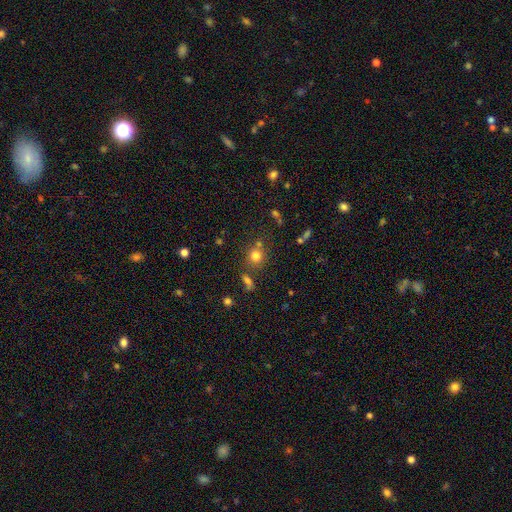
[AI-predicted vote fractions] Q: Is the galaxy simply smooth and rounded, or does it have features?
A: smooth — 75%.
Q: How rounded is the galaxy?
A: round — 86%.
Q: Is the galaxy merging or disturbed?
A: none — 71%.